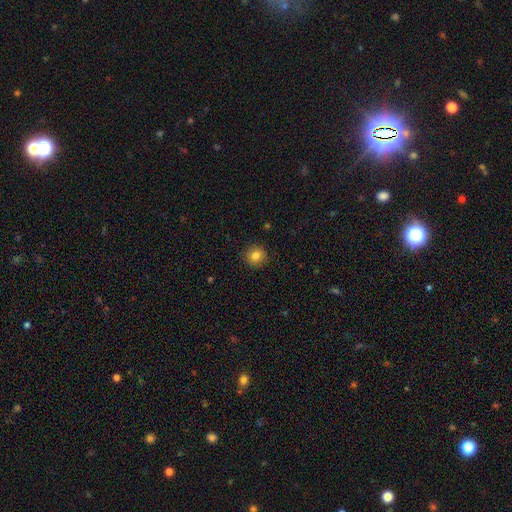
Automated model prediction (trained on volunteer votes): This is clearly a smooth galaxy (81%). How rounded: clearly round (92%). Merging: clearly none (90%).